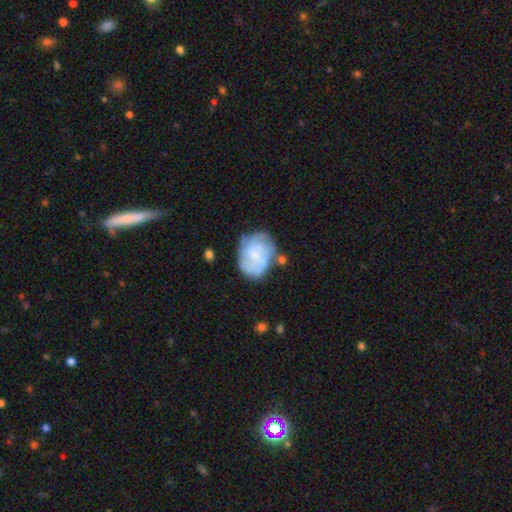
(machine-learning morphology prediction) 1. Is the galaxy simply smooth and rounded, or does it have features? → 67% featured or disk, 27% smooth, 7% star or artifact.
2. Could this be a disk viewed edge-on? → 98% no, 2% yes.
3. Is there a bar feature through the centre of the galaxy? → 66% no, 29% weak, 5% strong.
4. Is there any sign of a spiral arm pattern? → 80% yes, 20% no.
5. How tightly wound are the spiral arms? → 52% tight, 36% medium, 12% loose.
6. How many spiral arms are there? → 41% can't tell, 23% 3, 19% 2, 9% 4, 5% 1, 4% more than 4.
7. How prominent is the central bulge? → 45% small, 26% moderate, 24% none, 4% large, 1% dominant.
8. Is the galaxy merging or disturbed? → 56% none, 26% minor disturbance, 12% major disturbance, 6% merger.